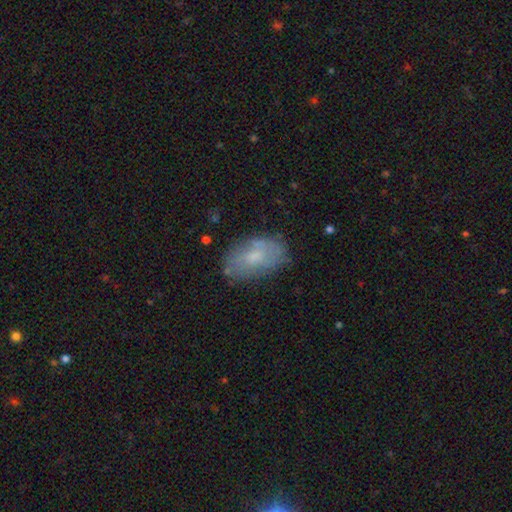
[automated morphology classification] smooth-or-featured: smooth: 58% | featured or disk: 34% | star or artifact: 8%
  how-rounded: in between: 92% | round: 6% | cigar-shaped: 2%
  merging: none: 71% | minor disturbance: 21% | major disturbance: 6% | merger: 2%